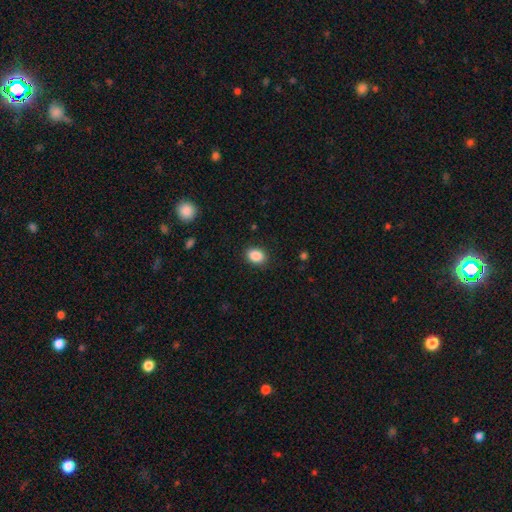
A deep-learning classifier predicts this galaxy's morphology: smooth 88%, star or artifact 8%, featured or disk 3%. Down the decision tree: how rounded — in between (71%); merging — none (87%).